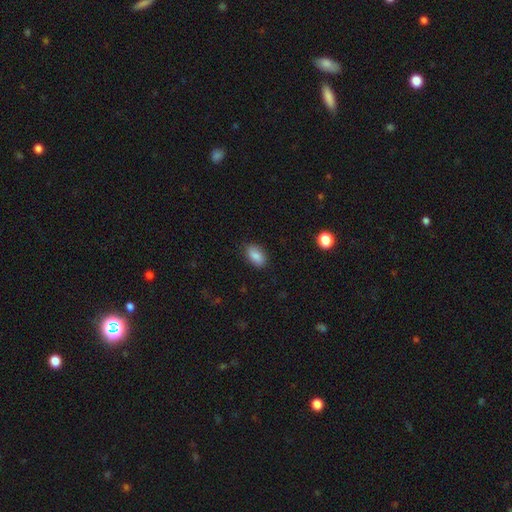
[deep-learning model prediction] This appears to be a smooth galaxy with no disk features (88%) that is in between round and cigar-shaped (92%). Merging: none (85%).